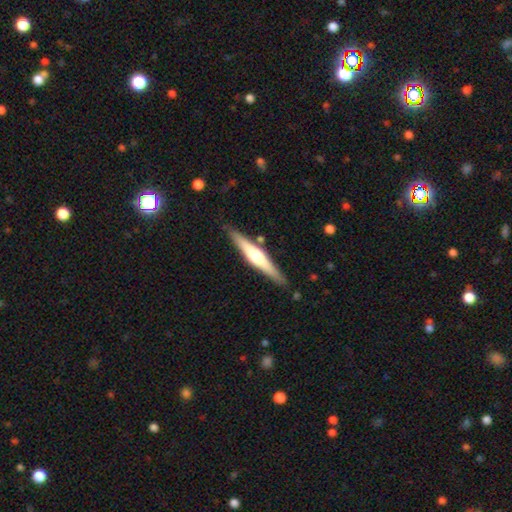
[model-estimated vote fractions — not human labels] Morphology: type=featured or disk (62%); edge-on=yes (97%); edge-on bulge=rounded (87%); merging=none (85%).